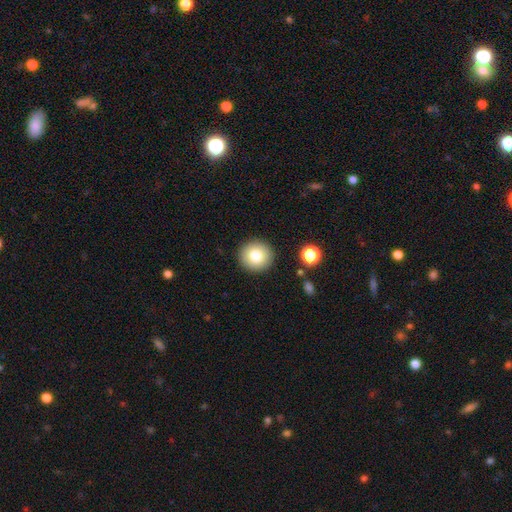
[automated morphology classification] A smooth galaxy with no disk features (79%) that is round (93%). Merging: none (91%).